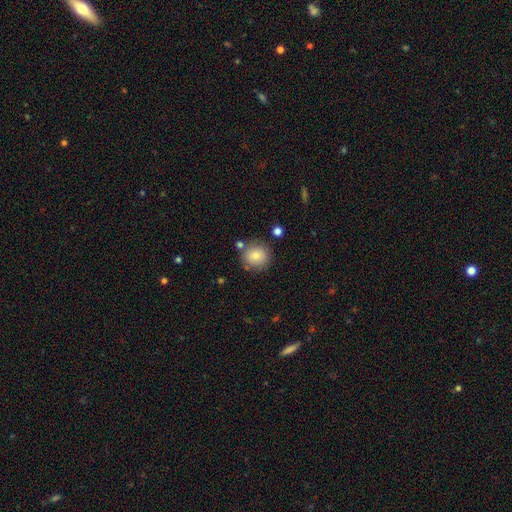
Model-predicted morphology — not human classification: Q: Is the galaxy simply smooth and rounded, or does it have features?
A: smooth — 80%.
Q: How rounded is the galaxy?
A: round — 90%.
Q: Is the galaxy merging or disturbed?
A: none — 79%.